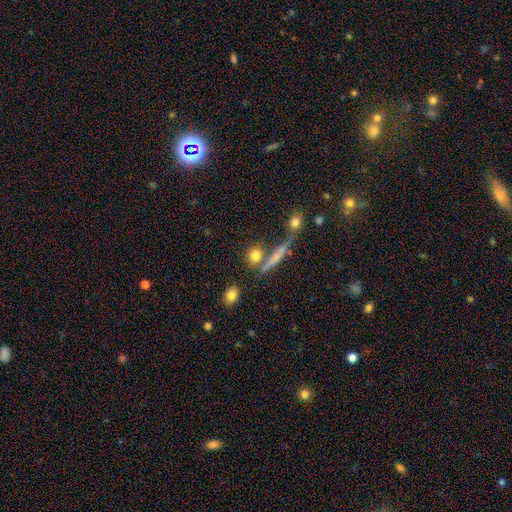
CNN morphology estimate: Overall: smooth (76%). How rounded: round (68%). Merging: none (68%).